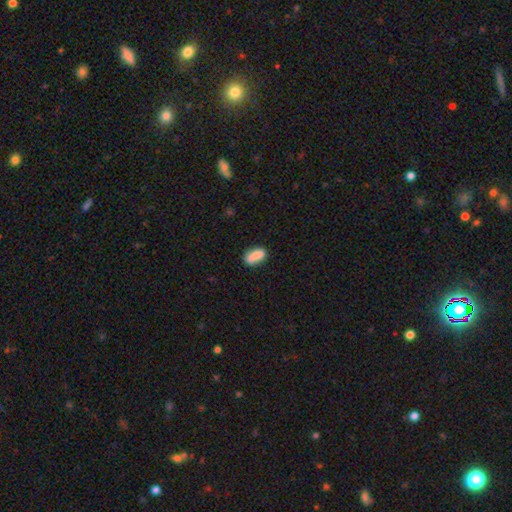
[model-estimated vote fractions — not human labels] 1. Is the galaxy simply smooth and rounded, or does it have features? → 81% smooth, 11% featured or disk, 8% star or artifact.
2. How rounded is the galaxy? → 80% in between, 15% cigar-shaped, 5% round.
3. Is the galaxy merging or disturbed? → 61% none, 19% minor disturbance, 14% merger, 6% major disturbance.